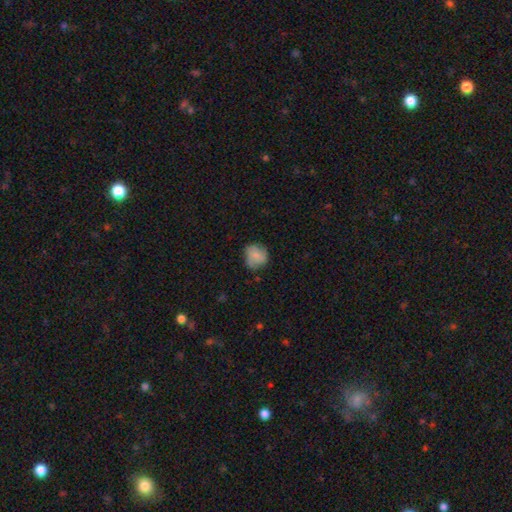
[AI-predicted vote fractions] A smooth galaxy with no disk features (72%) that is round (82%). Merging: none (69%).